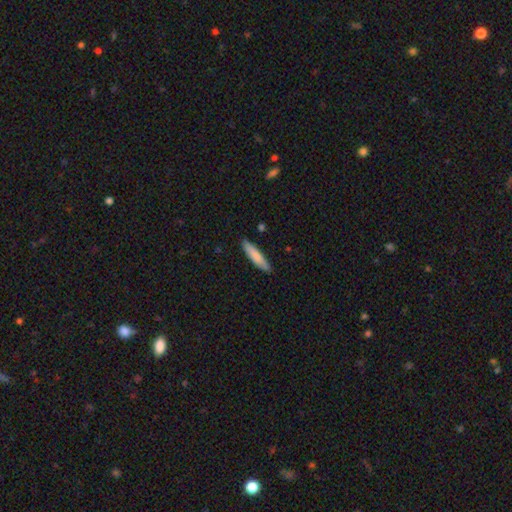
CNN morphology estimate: smooth_or_featured: smooth (p=0.83) [alt: featured or disk p=0.11]
how_rounded: cigar-shaped (p=0.79) [alt: in between p=0.20]
merging: none (p=0.87) [alt: minor disturbance p=0.10]